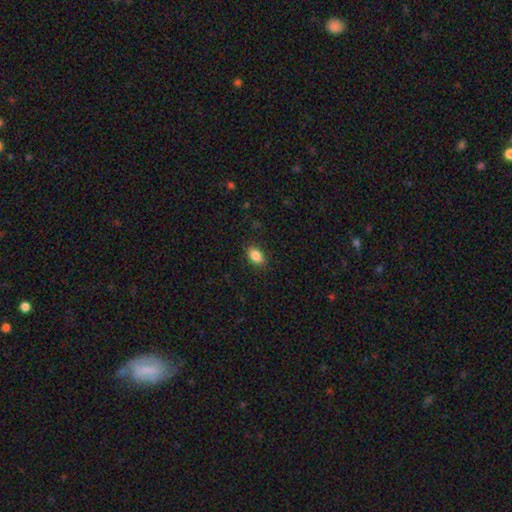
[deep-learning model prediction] Smooth or featured?
  - smooth: 86% *
  - star or artifact: 8%
  - featured or disk: 6%
How rounded?
  - in between: 87% *
  - round: 11%
  - cigar-shaped: 2%
Merging?
  - none: 88% *
  - minor disturbance: 9%
  - major disturbance: 2%
  - merger: 1%